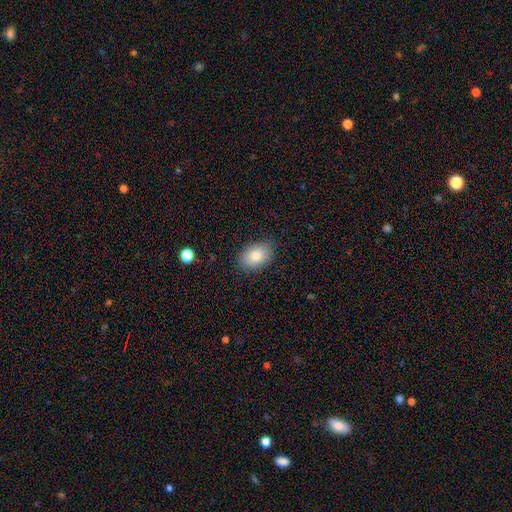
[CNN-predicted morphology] Smooth or featured? Predicted: smooth (p=0.81). How rounded? Predicted: in between (p=0.86). Merging? Predicted: none (p=0.85).